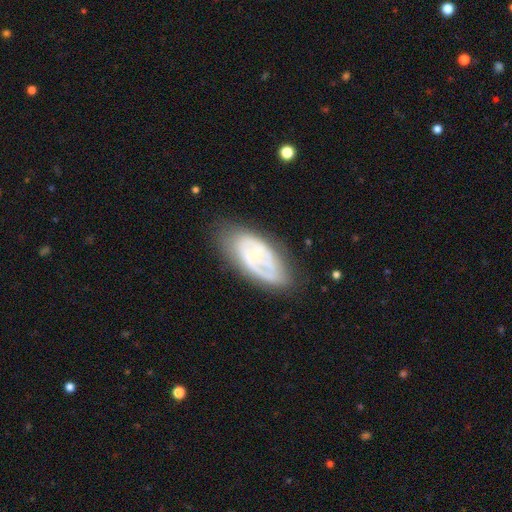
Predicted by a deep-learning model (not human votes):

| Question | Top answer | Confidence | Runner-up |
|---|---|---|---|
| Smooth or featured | featured or disk | 69% | smooth (24%) |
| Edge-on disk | no | 92% | yes (8%) |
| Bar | no | 70% | weak (23%) |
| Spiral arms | yes | 71% | no (29%) |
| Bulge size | small | 73% | moderate (19%) |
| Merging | none | 64% | minor disturbance (24%) |